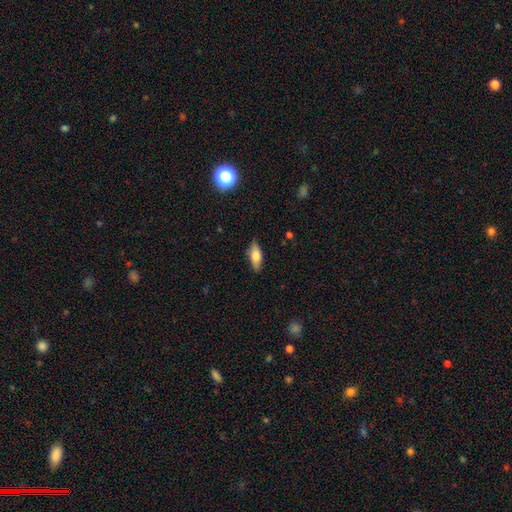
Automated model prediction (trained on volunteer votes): Smooth or featured?
  - smooth: 66% *
  - featured or disk: 27%
  - star or artifact: 7%
How rounded?
  - in between: 72% *
  - cigar-shaped: 25%
  - round: 3%
Merging?
  - none: 85% *
  - minor disturbance: 12%
  - major disturbance: 2%
  - merger: 1%